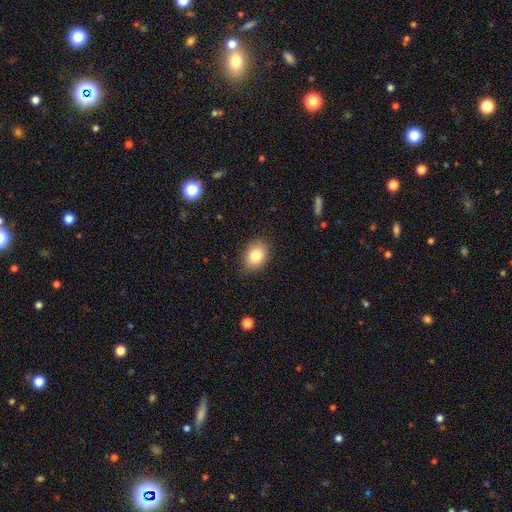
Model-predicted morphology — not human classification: Smooth or featured?
  - smooth: 82% *
  - star or artifact: 9%
  - featured or disk: 9%
How rounded?
  - in between: 67% *
  - round: 32%
  - cigar-shaped: 1%
Merging?
  - none: 84% *
  - minor disturbance: 12%
  - major disturbance: 3%
  - merger: 1%